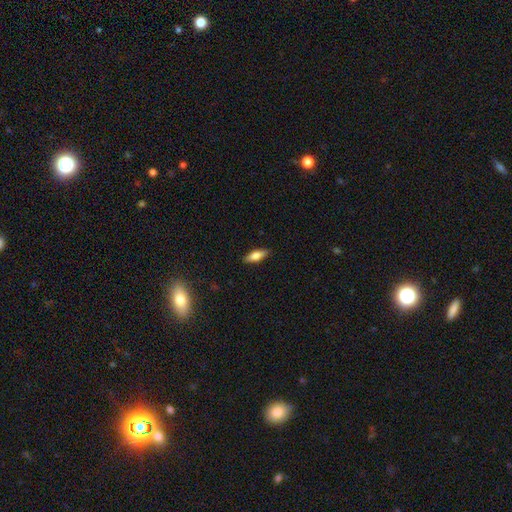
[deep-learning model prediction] The model was most divided on "how rounded": in between: 59%, cigar-shaped: 39%, round: 3%. More confident: merging — none (88%); smooth or featured — smooth (69%).